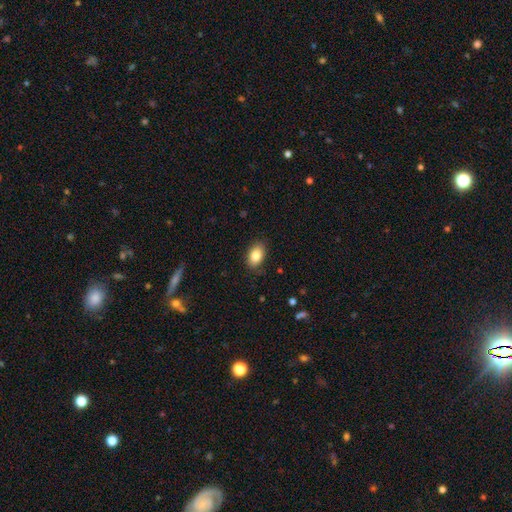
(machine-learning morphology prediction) Smooth or featured?
  - smooth: 85% *
  - star or artifact: 8%
  - featured or disk: 7%
How rounded?
  - in between: 87% *
  - round: 11%
  - cigar-shaped: 1%
Merging?
  - none: 84% *
  - minor disturbance: 12%
  - major disturbance: 3%
  - merger: 1%